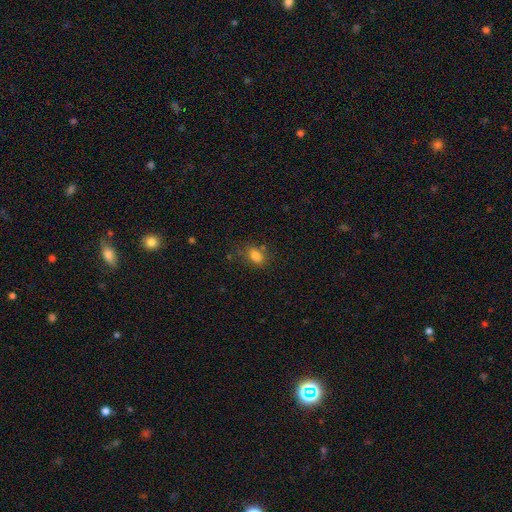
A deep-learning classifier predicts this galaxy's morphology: Q: Smooth or featured?
A: smooth (82%); runner-up: star or artifact (11%)
Q: How rounded?
A: in between (78%); runner-up: round (20%)
Q: Merging?
A: none (68%); runner-up: minor disturbance (20%)